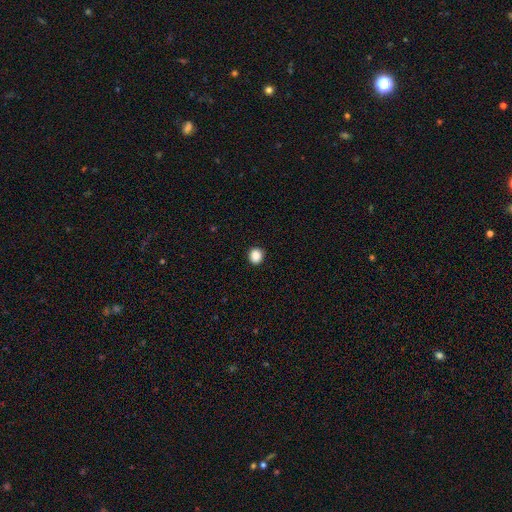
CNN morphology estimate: Overall: smooth (88%). How rounded: round (85%). Merging: none (92%).